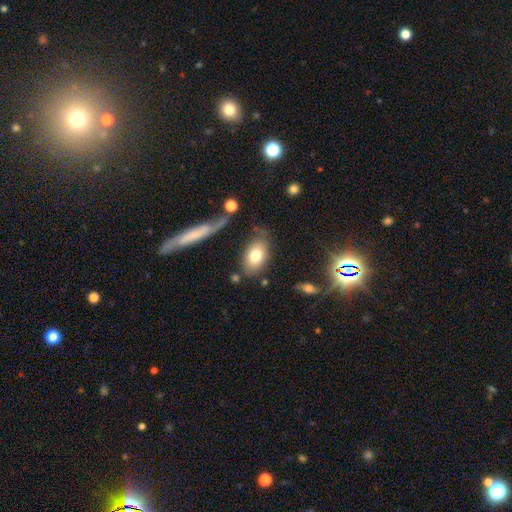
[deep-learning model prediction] Q: Smooth or featured?
A: smooth (77%); runner-up: featured or disk (16%)
Q: How rounded?
A: in between (89%); runner-up: round (9%)
Q: Merging?
A: none (69%); runner-up: minor disturbance (17%)